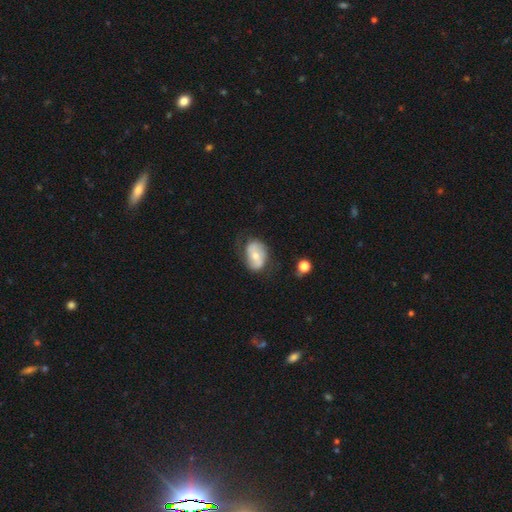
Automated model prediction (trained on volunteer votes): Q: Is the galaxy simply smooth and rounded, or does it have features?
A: featured or disk — 49%.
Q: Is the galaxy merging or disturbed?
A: none — 58%.